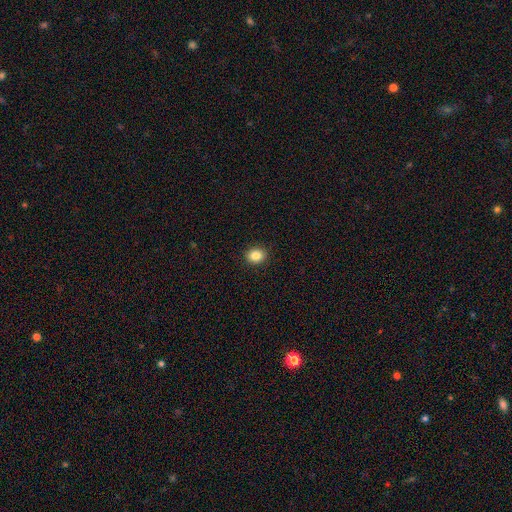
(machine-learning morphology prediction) smooth 85%, star or artifact 10%, featured or disk 5%. Down the decision tree: how rounded — round (65%); merging — none (92%).